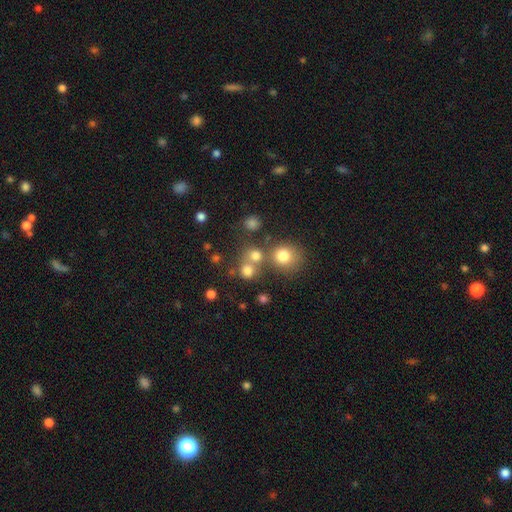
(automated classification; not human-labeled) Q: Smooth or featured?
A: smooth (75%); runner-up: star or artifact (17%)
Q: How rounded?
A: round (86%); runner-up: in between (13%)
Q: Merging?
A: none (58%); runner-up: merger (30%)